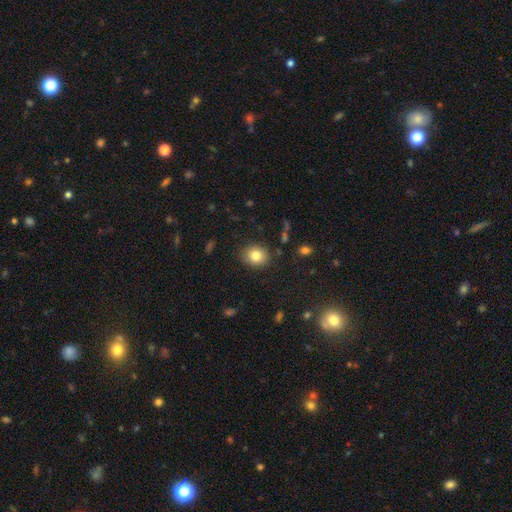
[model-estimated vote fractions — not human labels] smooth 82%, star or artifact 10%, featured or disk 8%. Down the decision tree: how rounded — round (73%); merging — none (87%).